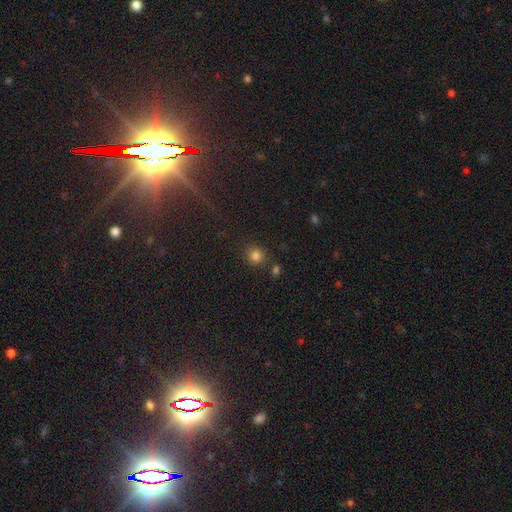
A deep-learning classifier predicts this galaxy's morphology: Smooth or featured? smooth (81%)
How rounded? round (87%)
Merging? none (80%)